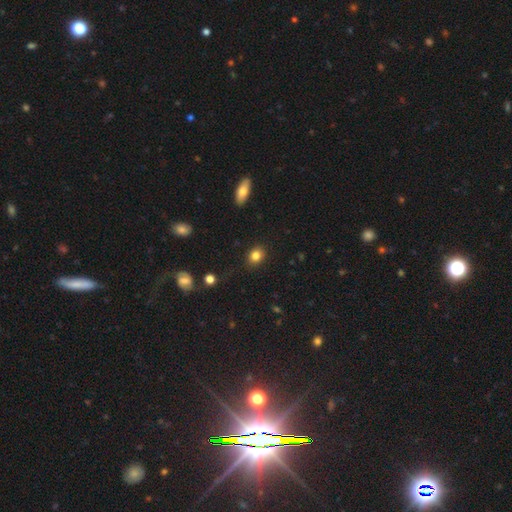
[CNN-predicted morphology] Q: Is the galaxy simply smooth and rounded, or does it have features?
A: smooth — 84%.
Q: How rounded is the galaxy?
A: round — 58%.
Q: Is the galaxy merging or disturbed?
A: none — 87%.